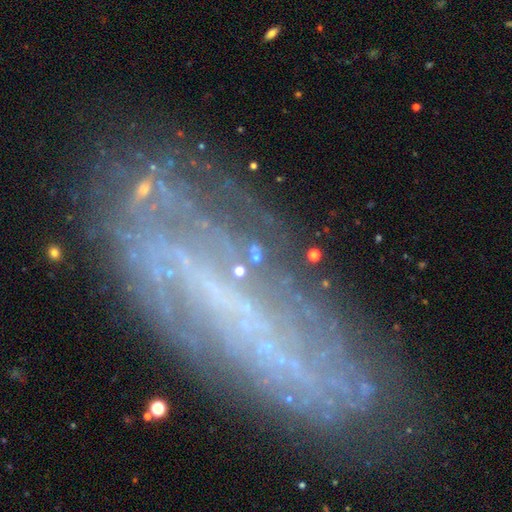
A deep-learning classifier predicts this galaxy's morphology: This appears to be a star or artifact, not a galaxy (46%).